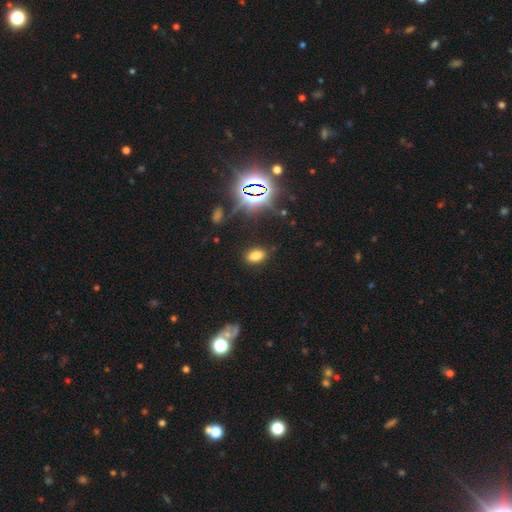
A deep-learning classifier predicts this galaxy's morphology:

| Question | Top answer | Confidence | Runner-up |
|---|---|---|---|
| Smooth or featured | smooth | 72% | star or artifact (21%) |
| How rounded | in between | 88% | round (9%) |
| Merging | none | 86% | minor disturbance (9%) |